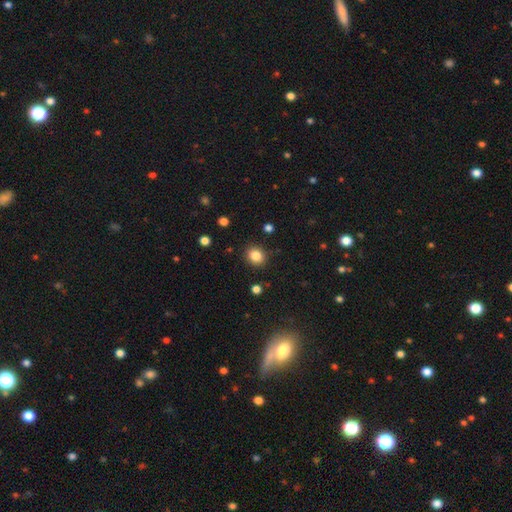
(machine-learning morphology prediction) The model was most divided on "how rounded": round: 74%, in between: 26%, cigar-shaped: 1%. More confident: merging — none (88%); smooth or featured — smooth (84%).